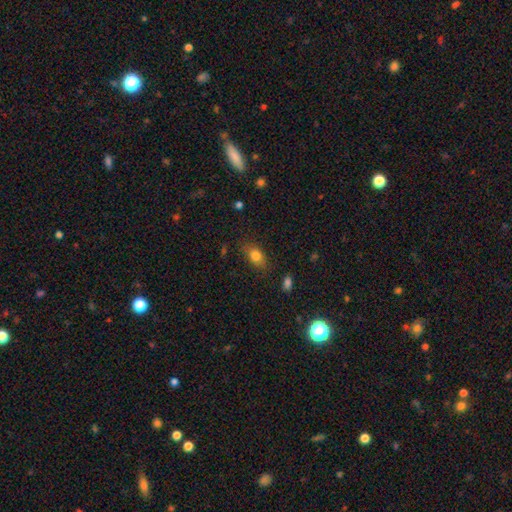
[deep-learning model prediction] Overall: smooth (81%). How rounded: in between (78%). Merging: none (77%).